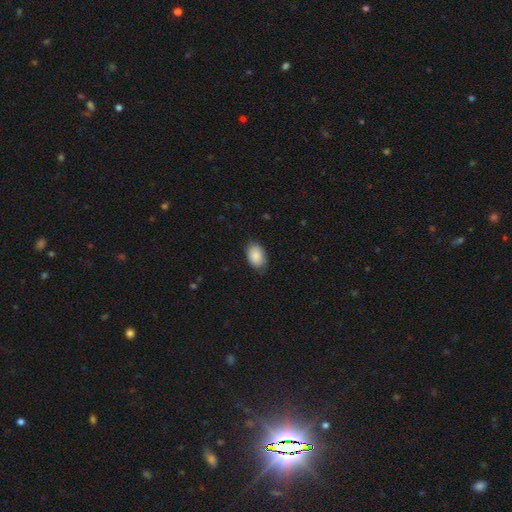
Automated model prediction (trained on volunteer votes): smooth_or_featured: smooth (p=0.89) [alt: star or artifact p=0.06]
how_rounded: in between (p=0.89) [alt: round p=0.10]
merging: none (p=0.84) [alt: minor disturbance p=0.13]